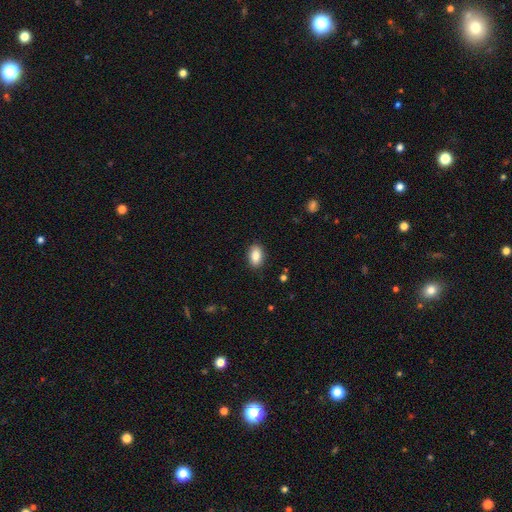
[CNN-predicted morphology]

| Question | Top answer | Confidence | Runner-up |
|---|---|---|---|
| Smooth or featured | smooth | 86% | star or artifact (8%) |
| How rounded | in between | 90% | round (8%) |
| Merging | none | 88% | minor disturbance (8%) |